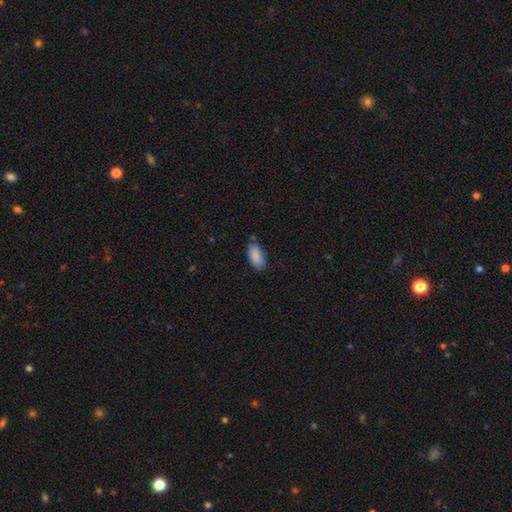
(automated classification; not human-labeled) Morphology: type=smooth (88%); roundness=in between (92%); merging=none (78%).